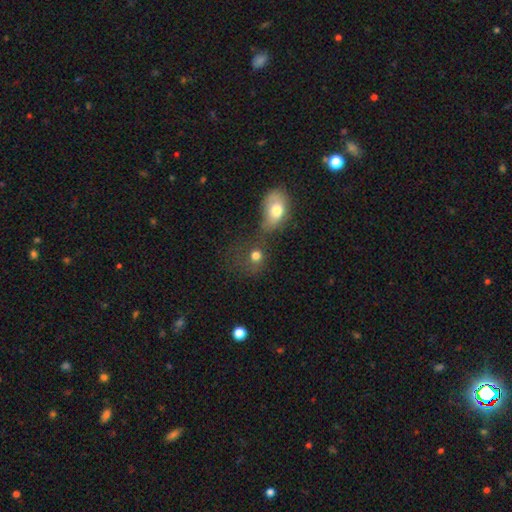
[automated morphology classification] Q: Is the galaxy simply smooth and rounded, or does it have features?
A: smooth — 74%.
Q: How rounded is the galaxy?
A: round — 68%.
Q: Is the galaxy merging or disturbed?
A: merger — 40%.